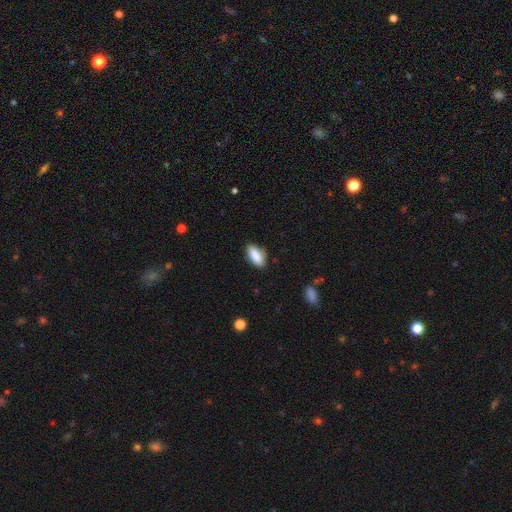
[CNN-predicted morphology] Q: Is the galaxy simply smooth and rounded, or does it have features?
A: smooth — 88%.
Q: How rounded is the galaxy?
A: in between — 87%.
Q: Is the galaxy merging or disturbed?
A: none — 82%.